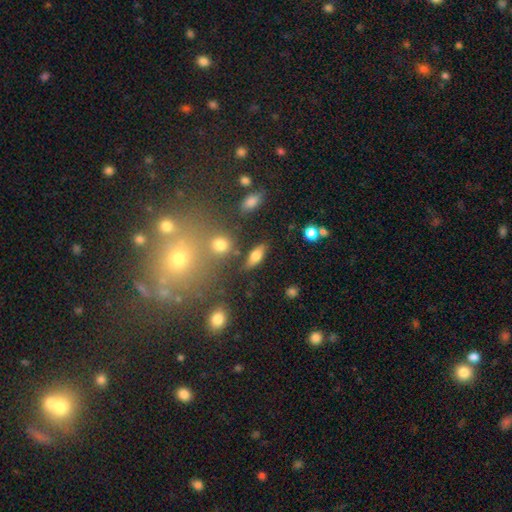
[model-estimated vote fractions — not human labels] smooth-or-featured: smooth: 68% | featured or disk: 23% | star or artifact: 9%
  how-rounded: in between: 74% | cigar-shaped: 20% | round: 5%
  merging: none: 79% | minor disturbance: 12% | merger: 6% | major disturbance: 4%